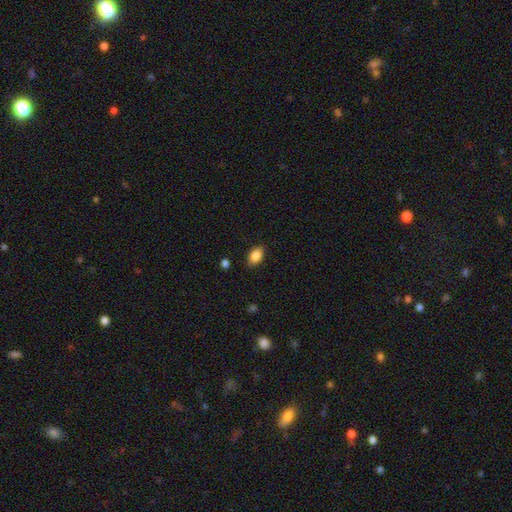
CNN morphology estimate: type=smooth (86%); roundness=in between (87%); merging=none (85%).